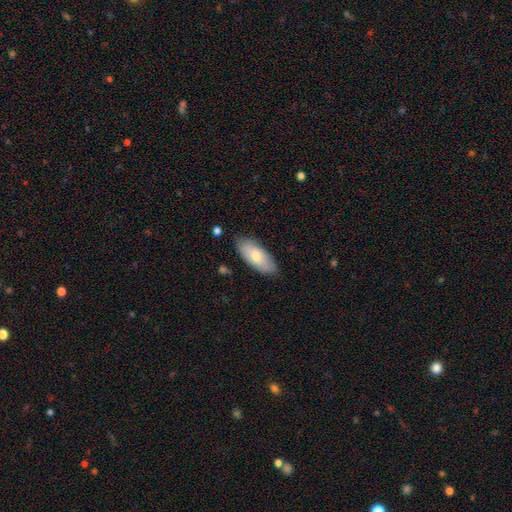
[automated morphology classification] The model was most divided on "smooth or featured": smooth: 74%, featured or disk: 21%, star or artifact: 6%. More confident: how rounded — in between (85%); merging — none (82%).